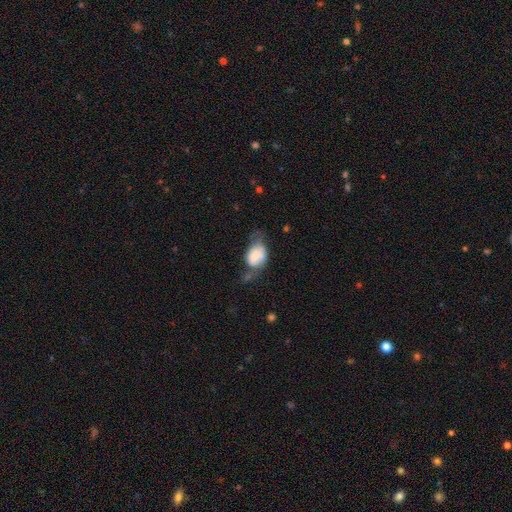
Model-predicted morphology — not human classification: Smooth or featured? Predicted: smooth (p=0.68). How rounded? Predicted: in between (p=0.80). Merging? Predicted: minor disturbance (p=0.33).